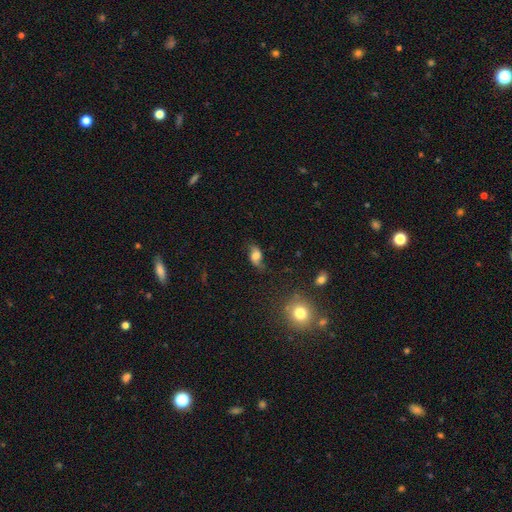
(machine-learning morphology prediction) Smooth or featured: smooth — 48% (featured or disk — 40%)
Merging: none — 61% (minor disturbance — 25%)